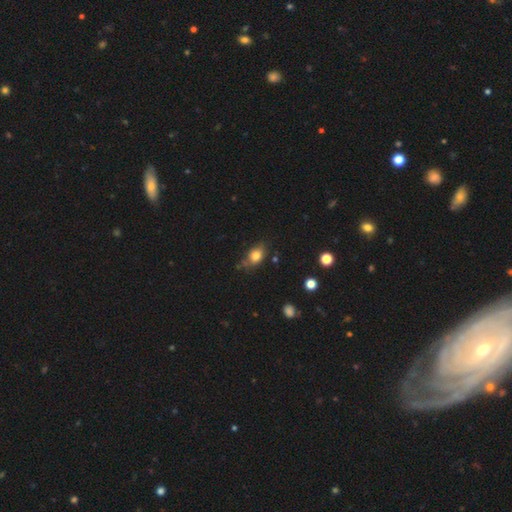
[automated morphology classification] Q: Smooth or featured?
A: smooth (79%); runner-up: star or artifact (11%)
Q: How rounded?
A: in between (67%); runner-up: round (31%)
Q: Merging?
A: none (65%); runner-up: minor disturbance (24%)